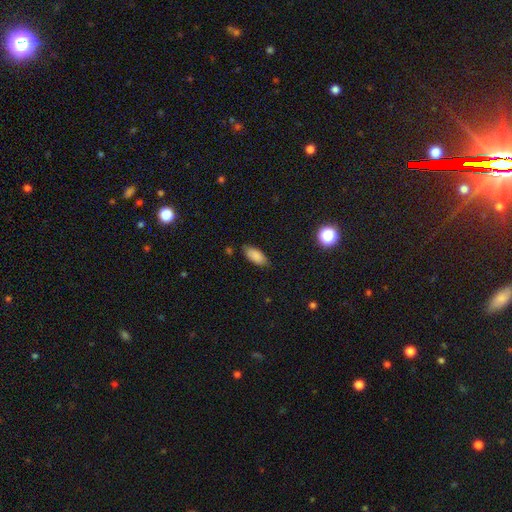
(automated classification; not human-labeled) Overall: smooth (87%). How rounded: in between (86%). Merging: none (82%).